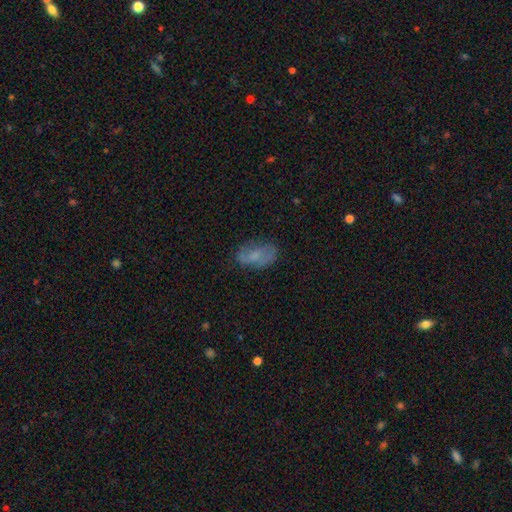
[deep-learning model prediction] smooth-or-featured: smooth: 56% | featured or disk: 33% | star or artifact: 10%
  how-rounded: in between: 91% | round: 6% | cigar-shaped: 3%
  merging: none: 64% | minor disturbance: 23% | major disturbance: 10% | merger: 2%